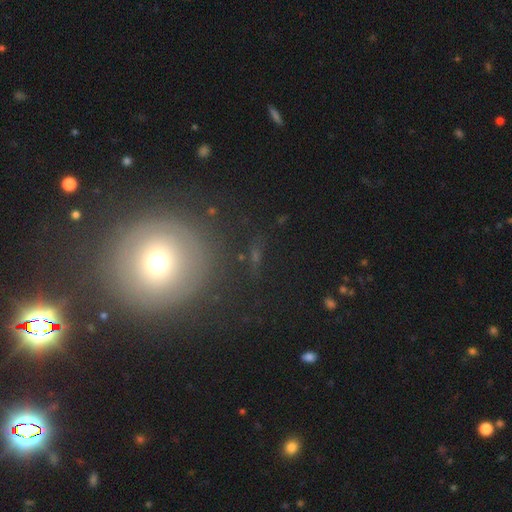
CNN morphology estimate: type=smooth (49%); merging=none (76%).